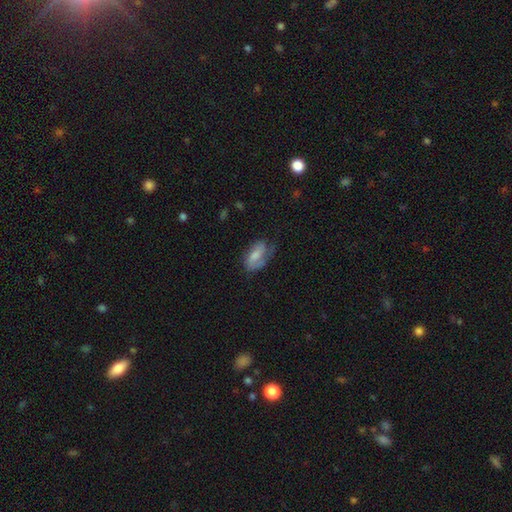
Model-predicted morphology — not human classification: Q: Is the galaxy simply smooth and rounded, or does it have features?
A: smooth — 58%.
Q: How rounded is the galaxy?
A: in between — 89%.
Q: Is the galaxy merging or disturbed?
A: none — 47%.